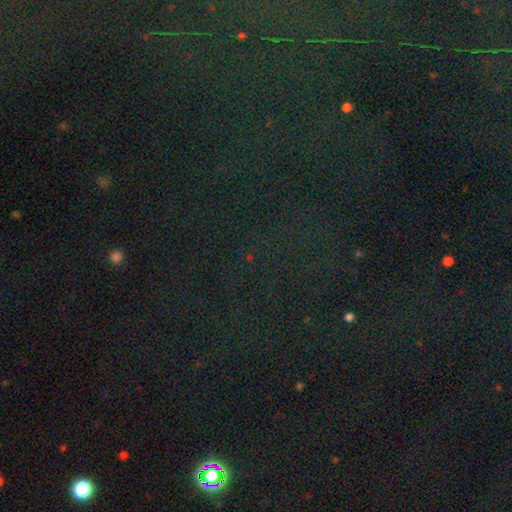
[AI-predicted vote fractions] Smooth or featured? Predicted: star or artifact (p=0.80).